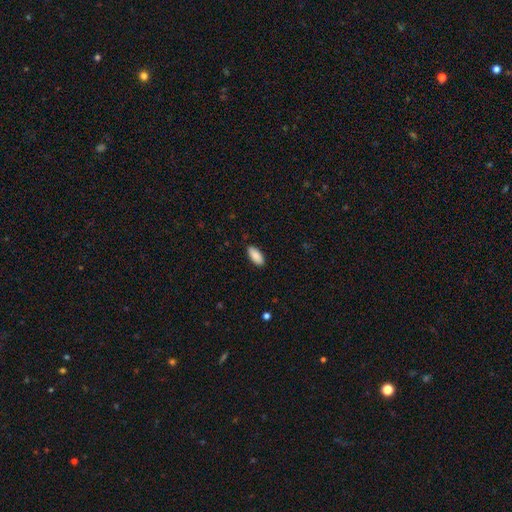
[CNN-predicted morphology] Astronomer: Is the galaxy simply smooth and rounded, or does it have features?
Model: smooth — 90%.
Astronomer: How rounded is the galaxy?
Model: in between — 87%.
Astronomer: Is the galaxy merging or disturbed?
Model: none — 88%.